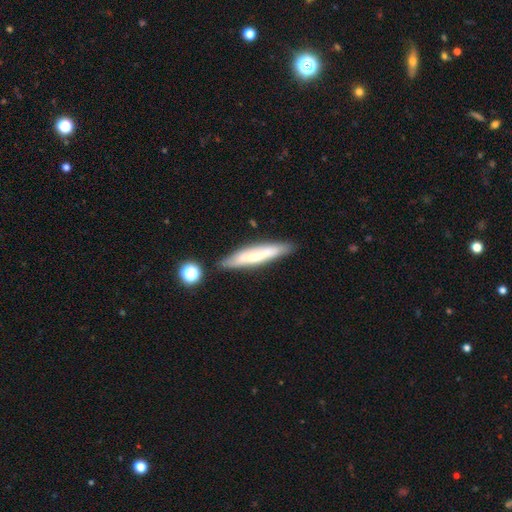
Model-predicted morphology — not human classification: type=smooth (51%); roundness=cigar-shaped (88%); merging=none (82%).